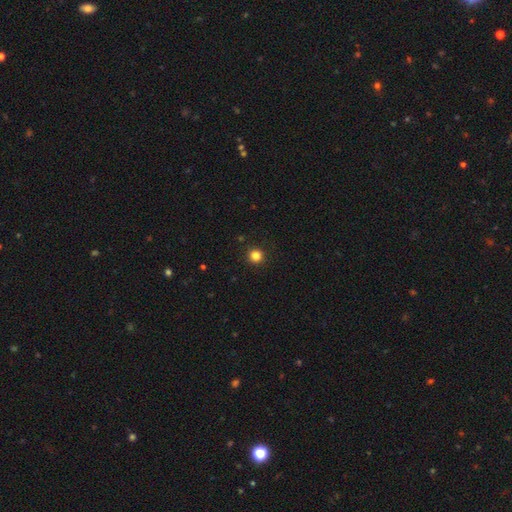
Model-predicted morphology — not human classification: Smooth or featured? Predicted: smooth (p=0.83). How rounded? Predicted: round (p=0.95). Merging? Predicted: none (p=0.93).